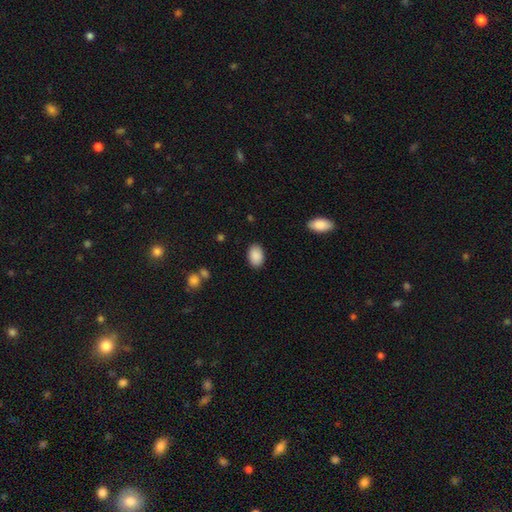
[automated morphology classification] The model was most divided on "how rounded": in between: 88%, round: 11%, cigar-shaped: 1%. More confident: smooth or featured — smooth (90%); merging — none (88%).